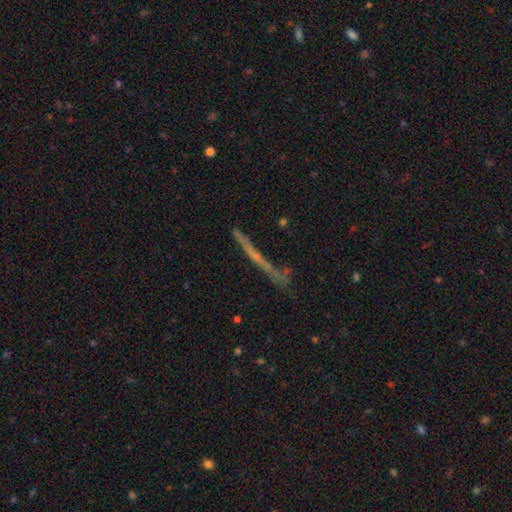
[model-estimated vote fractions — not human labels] Morphology: type=featured or disk (52%); edge-on=yes (88%); merging=none (67%).